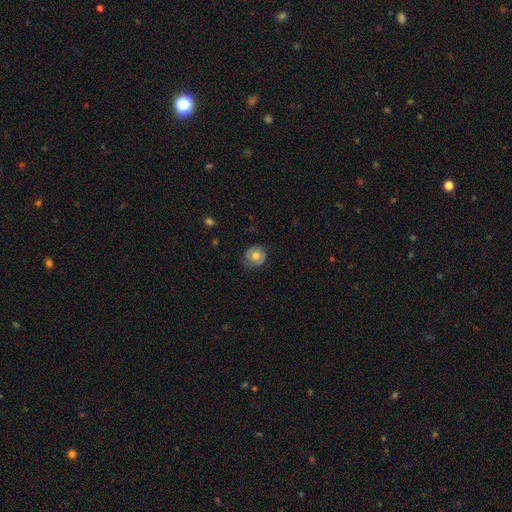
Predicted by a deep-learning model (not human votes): Smooth or featured?
  - smooth: 54% *
  - featured or disk: 39%
  - star or artifact: 7%
How rounded?
  - round: 82% *
  - in between: 17%
  - cigar-shaped: 1%
Merging?
  - none: 68% *
  - minor disturbance: 23%
  - major disturbance: 8%
  - merger: 1%